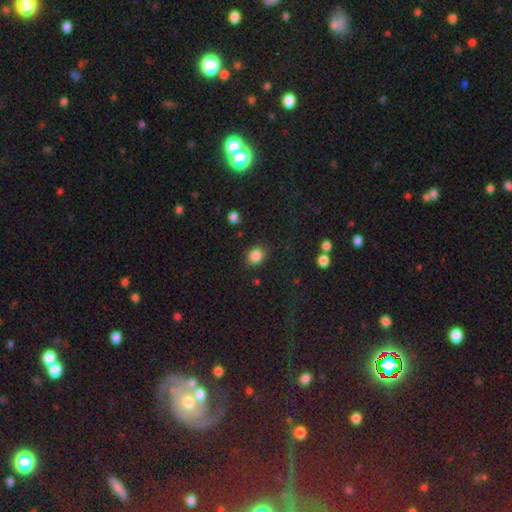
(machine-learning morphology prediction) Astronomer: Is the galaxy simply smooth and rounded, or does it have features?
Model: smooth — 85%.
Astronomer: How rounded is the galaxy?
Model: round — 58% (runner-up: in between, 41%).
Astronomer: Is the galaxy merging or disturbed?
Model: none — 83%.